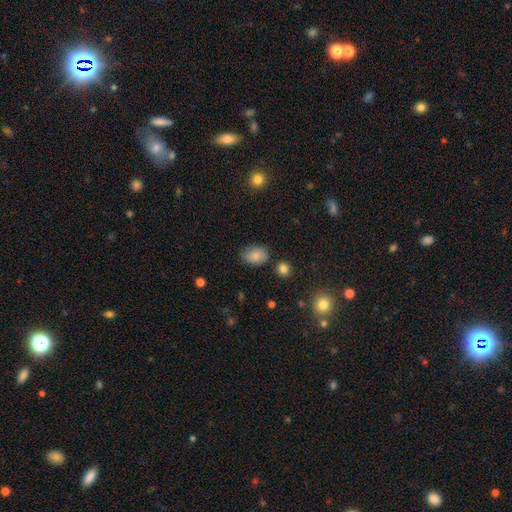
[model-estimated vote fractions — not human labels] The model was most divided on "merging": none: 74%, minor disturbance: 19%, major disturbance: 4%, merger: 3%. More confident: smooth or featured — smooth (82%); how rounded — in between (81%).